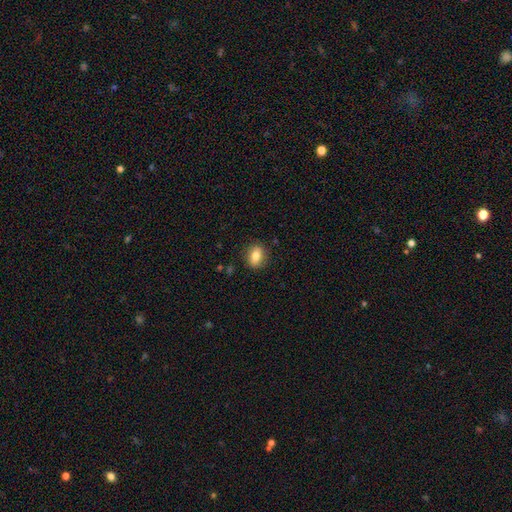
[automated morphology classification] smooth 80%, featured or disk 11%, star or artifact 9%. Down the decision tree: how rounded — in between (67%); merging — none (86%).